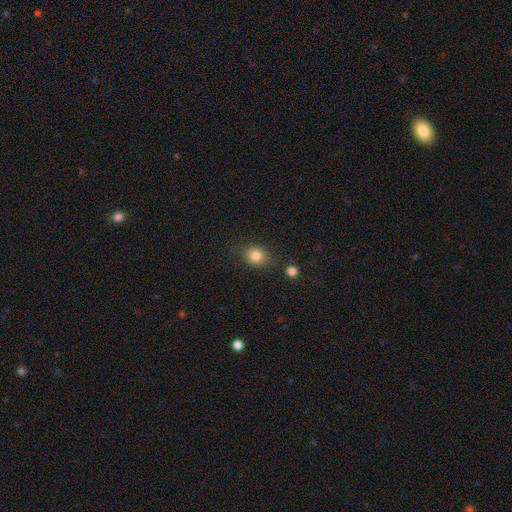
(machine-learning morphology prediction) A smooth galaxy with no disk features (83%) that is round (70%).

Vote fractions:
- Smooth or featured? smooth: 83% / star or artifact: 11% / featured or disk: 7%
- How rounded? round: 70% / in between: 29% / cigar-shaped: 1%
- Merging? none: 79% / minor disturbance: 13% / merger: 4% / major disturbance: 4%